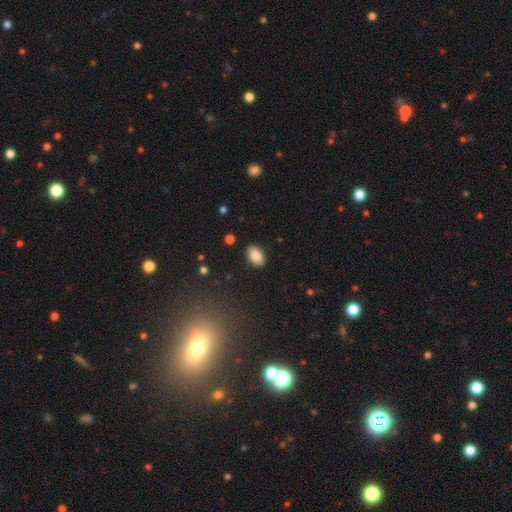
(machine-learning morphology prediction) This appears to be a smooth galaxy with no disk features (85%) that is in between round and cigar-shaped (92%). Merging: none (88%).